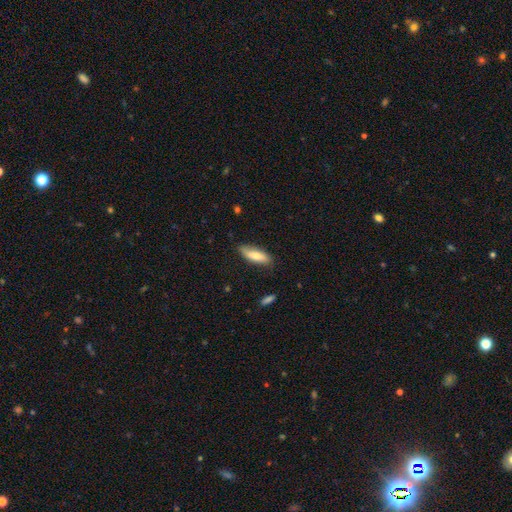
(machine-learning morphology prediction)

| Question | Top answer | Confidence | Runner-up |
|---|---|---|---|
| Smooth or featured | smooth | 72% | featured or disk (22%) |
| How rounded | in between | 60% | cigar-shaped (38%) |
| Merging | none | 78% | minor disturbance (18%) |